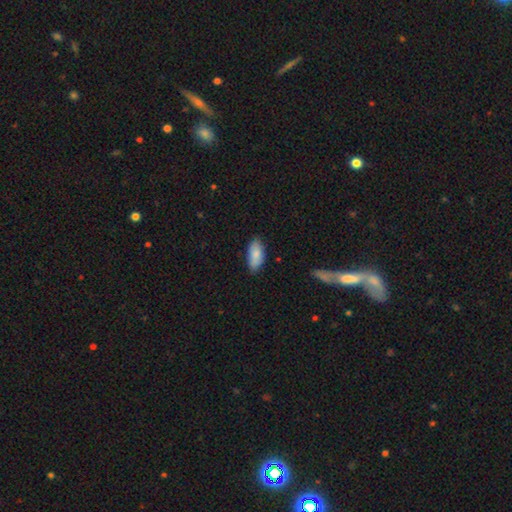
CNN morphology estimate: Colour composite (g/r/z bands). It shows a smooth galaxy with no disk features (84%) that is in between round and cigar-shaped (89%). Merging: none (80%).